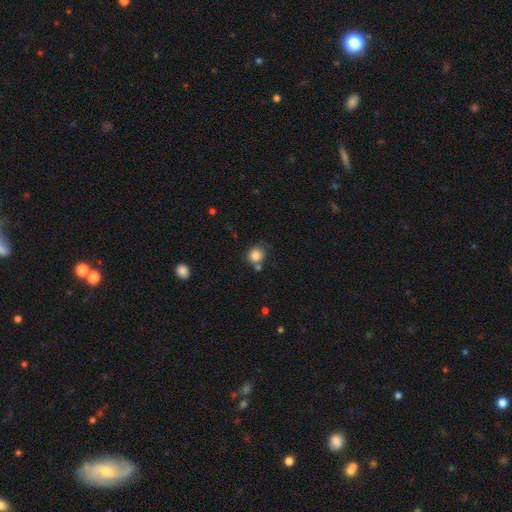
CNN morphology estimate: The model was most divided on "merging": none: 65%, merger: 16%, minor disturbance: 14%, major disturbance: 4%. More confident: how rounded — round (85%); smooth or featured — smooth (83%).